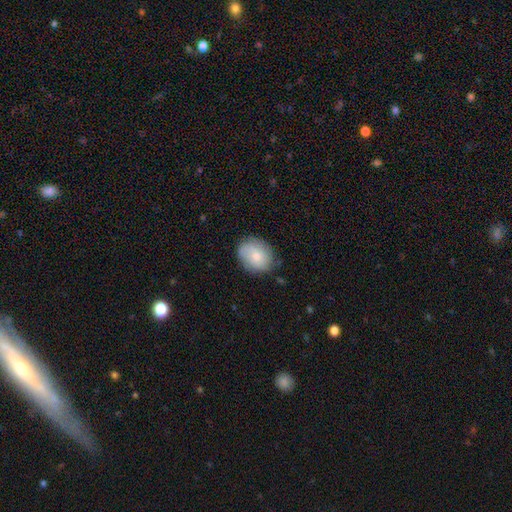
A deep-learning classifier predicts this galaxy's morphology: Smooth or featured? Predicted: smooth (p=0.65). How rounded? Predicted: round (p=0.52). Merging? Predicted: none (p=0.72).